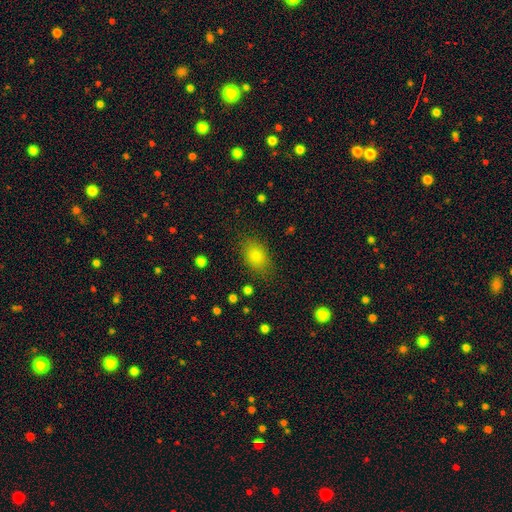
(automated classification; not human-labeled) A smooth galaxy with no disk features (80%) that is in between round and cigar-shaped (78%). Merging: none (81%).